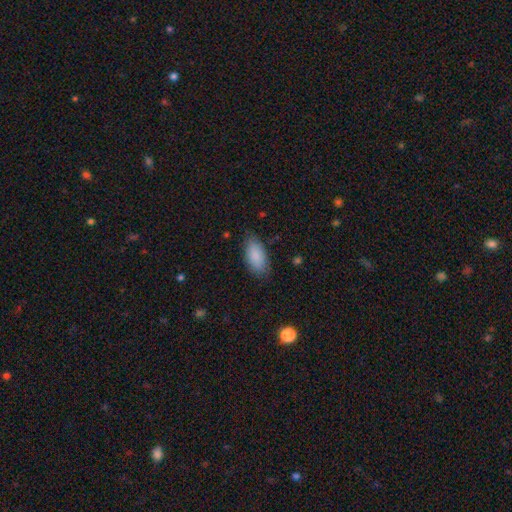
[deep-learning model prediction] This is clearly a smooth galaxy (88%). How rounded: clearly in between (92%). Merging: likely none (79%).